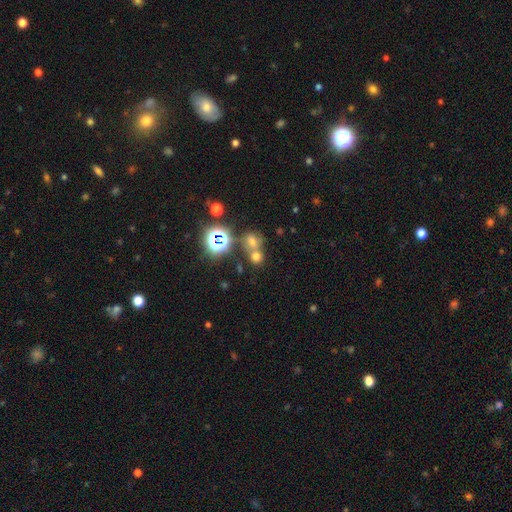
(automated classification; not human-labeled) Smooth or featured? Predicted: smooth (p=0.59). How rounded? Predicted: round (p=0.74). Merging? Predicted: none (p=0.48).